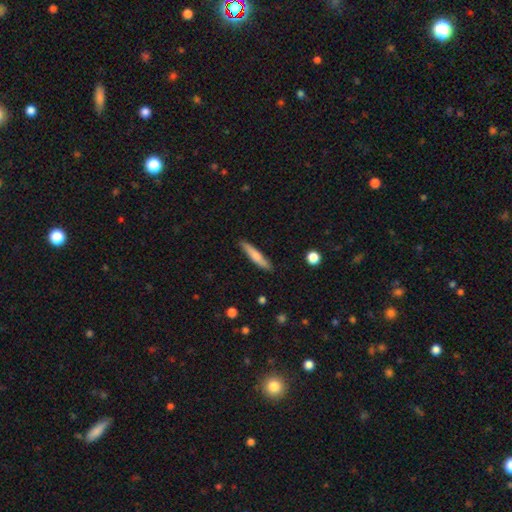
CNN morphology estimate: type=smooth (71%); roundness=cigar-shaped (90%); merging=none (88%).